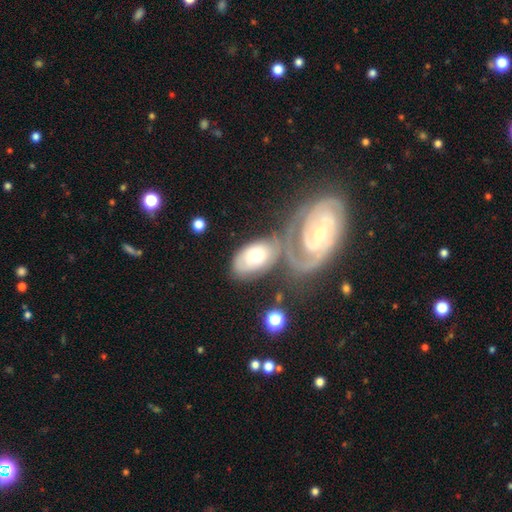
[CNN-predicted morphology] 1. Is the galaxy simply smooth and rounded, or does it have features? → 49% featured or disk, 45% smooth, 6% star or artifact.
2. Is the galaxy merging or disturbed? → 39% merger, 38% none, 15% minor disturbance, 8% major disturbance.